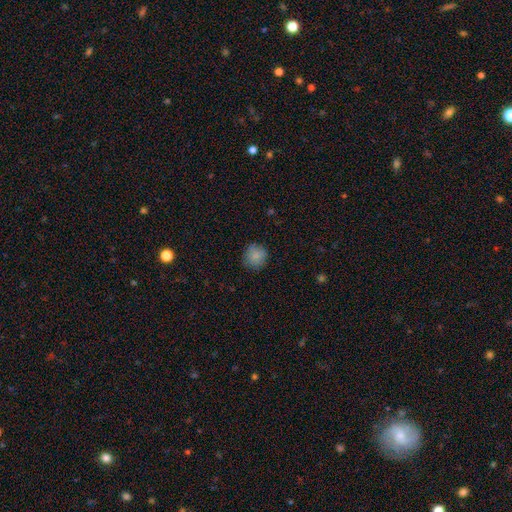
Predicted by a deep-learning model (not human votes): Smooth or featured?
  - smooth: 85% *
  - star or artifact: 9%
  - featured or disk: 6%
How rounded?
  - round: 90% *
  - in between: 9%
  - cigar-shaped: 1%
Merging?
  - none: 83% *
  - minor disturbance: 13%
  - major disturbance: 3%
  - merger: 1%